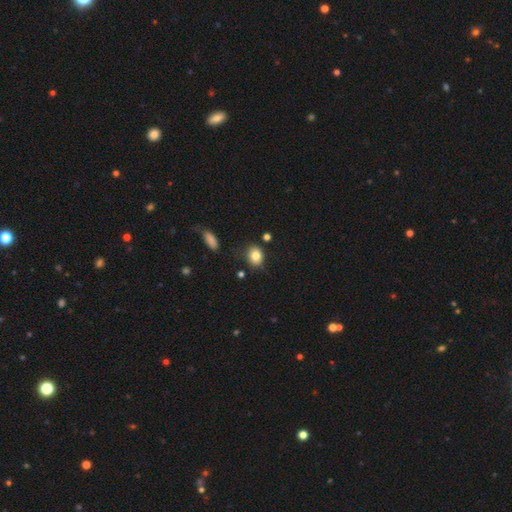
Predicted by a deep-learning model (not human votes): Smooth or featured: smooth — 82% (star or artifact — 10%)
How rounded: in between — 54% (round — 45%)
Merging: none — 76% (minor disturbance — 17%)